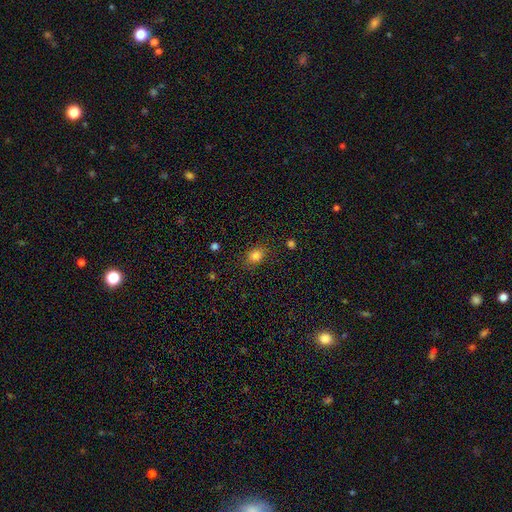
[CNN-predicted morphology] Overall: smooth (83%). How rounded: round (52%; in between 47%). Merging: none (82%).